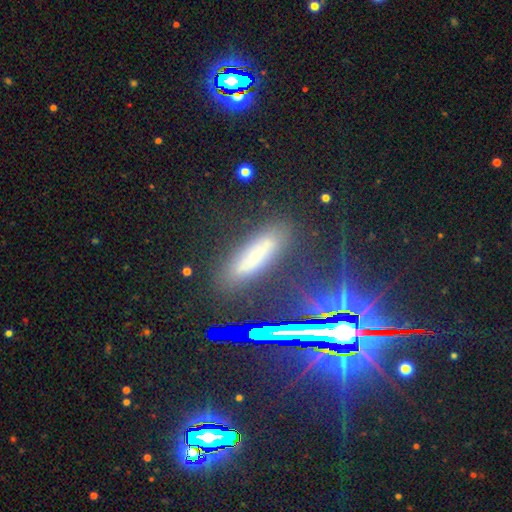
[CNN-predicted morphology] The model was most divided on "smooth or featured": smooth: 56%, star or artifact: 28%, featured or disk: 16%. More confident: merging — none (80%); how rounded — cigar-shaped (69%).